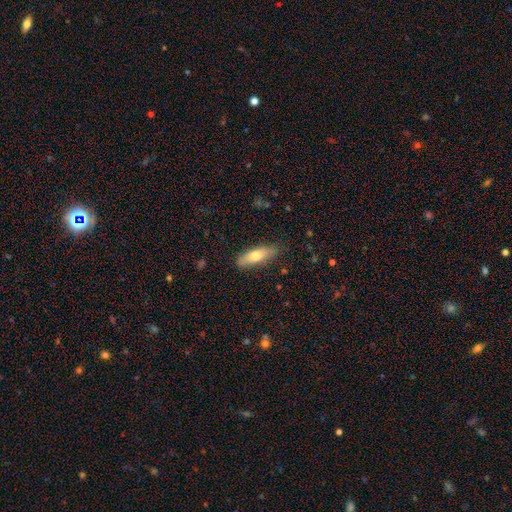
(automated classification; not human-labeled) Smooth or featured: smooth — 65% (featured or disk — 29%)
How rounded: in between — 51% (cigar-shaped — 47%)
Merging: none — 82% (minor disturbance — 14%)